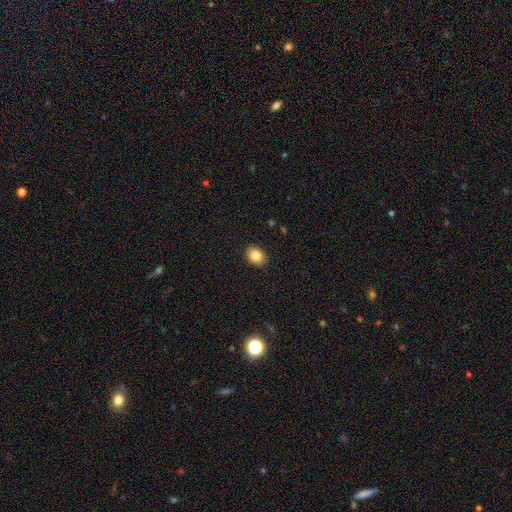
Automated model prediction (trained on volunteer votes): smooth 83%, star or artifact 9%, featured or disk 7%. Down the decision tree: how rounded — in between (53%); merging — none (90%).